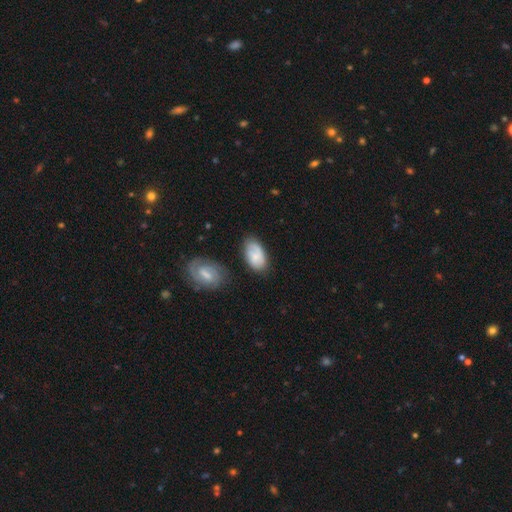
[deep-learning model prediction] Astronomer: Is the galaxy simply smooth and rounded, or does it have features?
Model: smooth — 55% (runner-up: featured or disk, 38%).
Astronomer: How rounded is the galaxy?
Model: in between — 92%.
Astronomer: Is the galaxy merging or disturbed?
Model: none — 61%.